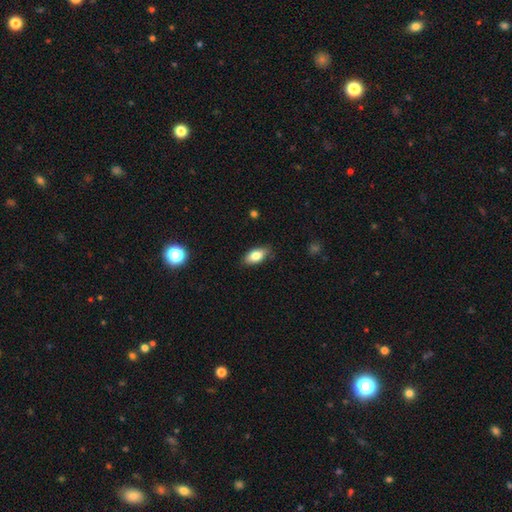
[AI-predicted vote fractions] Smooth or featured? Predicted: smooth (p=0.79). How rounded? Predicted: in between (p=0.88). Merging? Predicted: none (p=0.82).